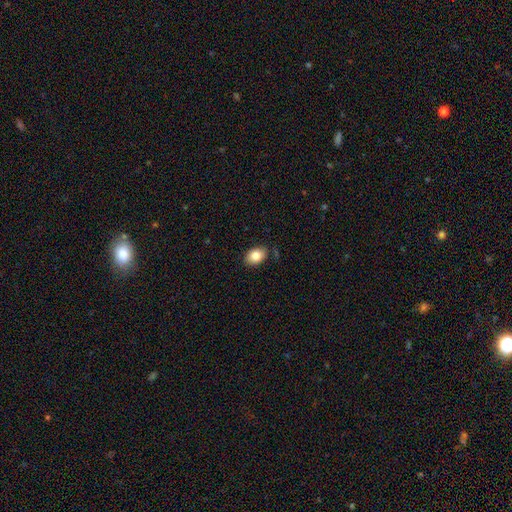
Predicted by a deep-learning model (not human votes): Q: Smooth or featured?
A: smooth (84%); runner-up: featured or disk (8%)
Q: How rounded?
A: in between (78%); runner-up: round (21%)
Q: Merging?
A: none (83%); runner-up: minor disturbance (13%)